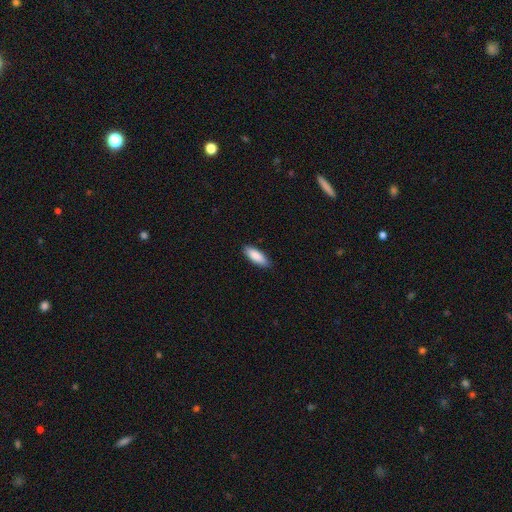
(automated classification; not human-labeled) The model was most divided on "how rounded": in between: 67%, cigar-shaped: 32%, round: 2%. More confident: smooth or featured — smooth (88%); merging — none (87%).